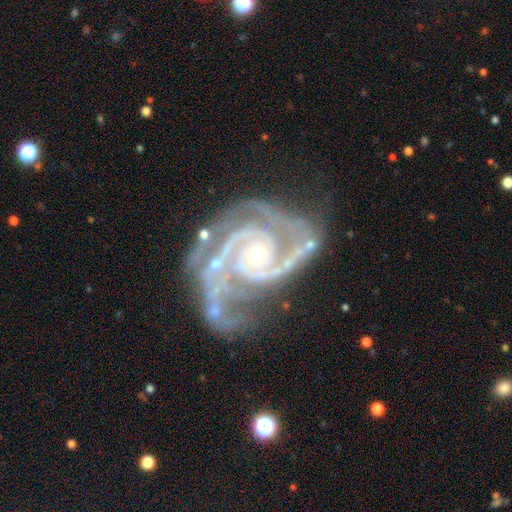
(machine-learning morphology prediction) smooth-or-featured: featured or disk: 93% | star or artifact: 5% | smooth: 2%
  disk-edge-on: no: 98% | yes: 2%
    bar: no: 65% | weak: 22% | strong: 13%
    has-spiral-arms: yes: 99% | no: 1%
      spiral-winding: tight: 59% | medium: 37% | loose: 4%
      spiral-arm-count: 2: 59% | 3: 24% | can't tell: 5% | 4: 5% | more than 4: 4% | 1: 4%
    bulge-size: small: 75% | moderate: 21% | none: 2% | large: 1% | dominant: 1%
  merging: none: 53% | minor disturbance: 25% | major disturbance: 16% | merger: 5%